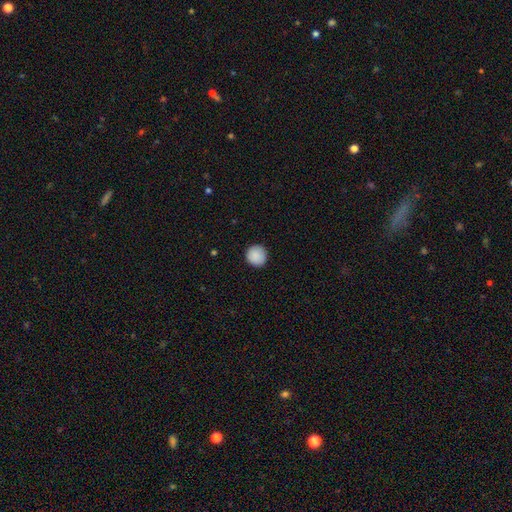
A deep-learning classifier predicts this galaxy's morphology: smooth 90%, star or artifact 7%, featured or disk 3%. Down the decision tree: how rounded — round (94%); merging — none (91%).